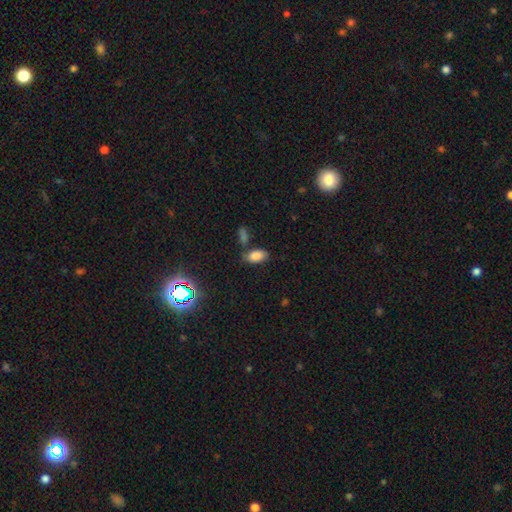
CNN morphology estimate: smooth-or-featured: smooth: 82% | star or artifact: 11% | featured or disk: 7%
  how-rounded: in between: 93% | round: 4% | cigar-shaped: 3%
  merging: none: 64% | minor disturbance: 17% | merger: 14% | major disturbance: 5%